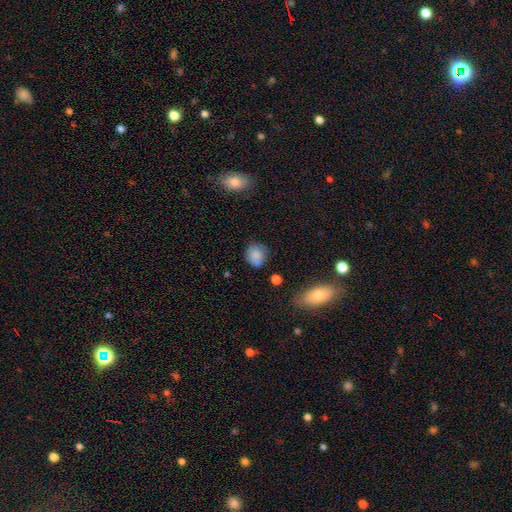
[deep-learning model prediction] Morphology: type=smooth (82%); roundness=round (77%); merging=none (68%).